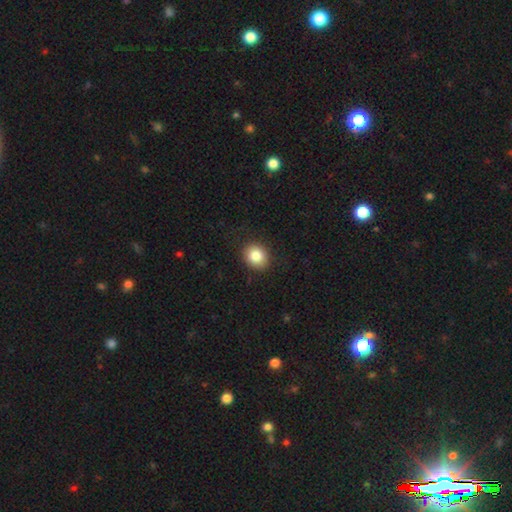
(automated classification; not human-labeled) This is clearly a smooth galaxy (84%). How rounded: likely round (67%). Merging: clearly none (88%).